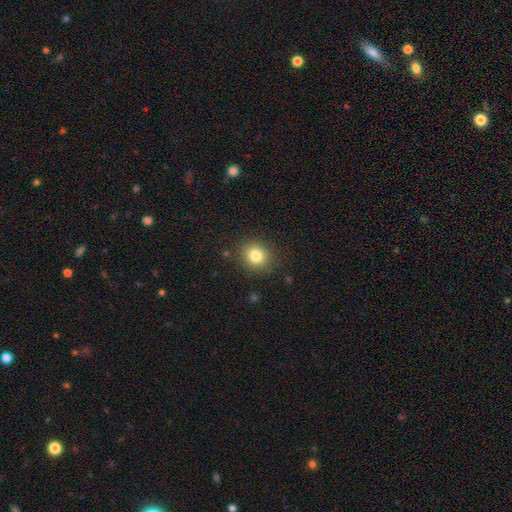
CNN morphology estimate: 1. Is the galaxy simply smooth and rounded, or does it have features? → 80% smooth, 12% star or artifact, 8% featured or disk.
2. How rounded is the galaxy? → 77% round, 23% in between, 1% cigar-shaped.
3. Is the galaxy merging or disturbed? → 87% none, 9% minor disturbance, 3% major disturbance, 1% merger.